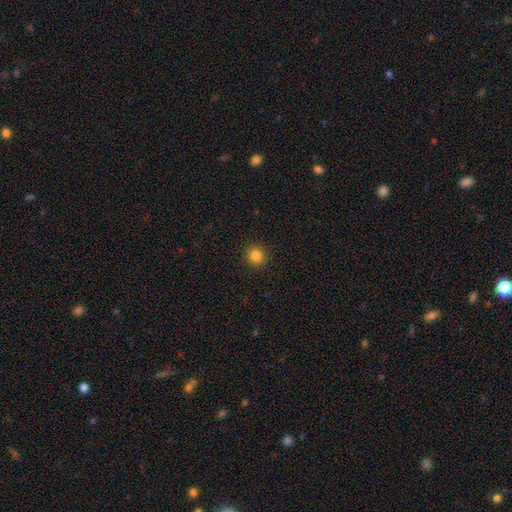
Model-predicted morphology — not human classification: Smooth or featured? smooth (84%)
How rounded? round (92%)
Merging? none (92%)